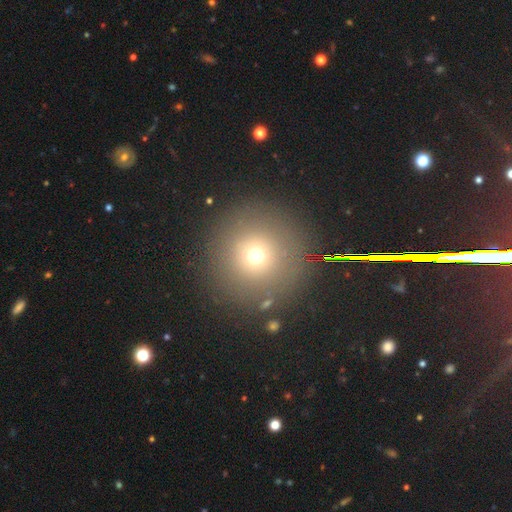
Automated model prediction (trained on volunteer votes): smooth-or-featured: smooth: 67% | star or artifact: 21% | featured or disk: 12%
  how-rounded: round: 95% | in between: 4% | cigar-shaped: 1%
  merging: none: 84% | minor disturbance: 7% | major disturbance: 4% | merger: 4%